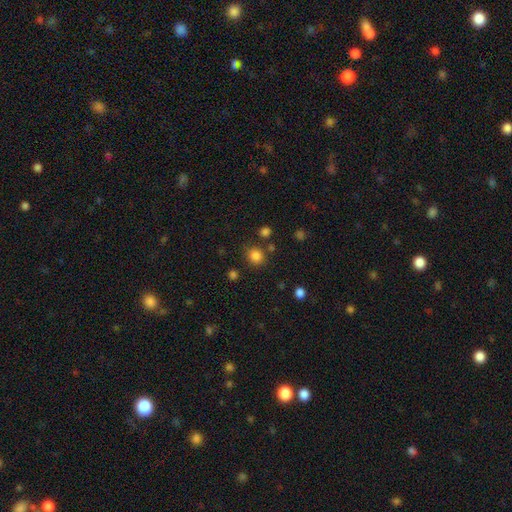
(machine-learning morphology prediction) type=smooth (83%); roundness=round (85%); merging=none (81%).